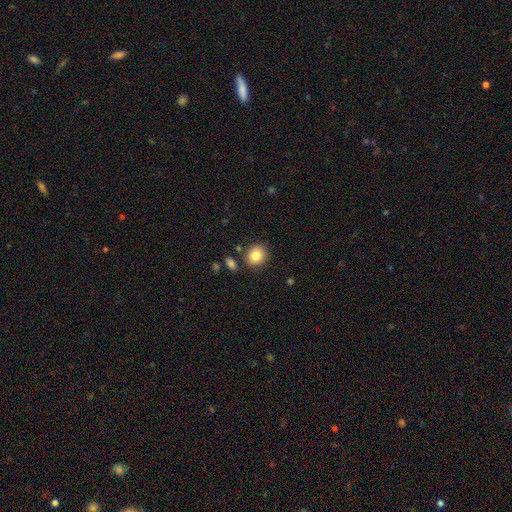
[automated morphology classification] Smooth or featured? smooth (82%)
How rounded? round (82%)
Merging? none (84%)